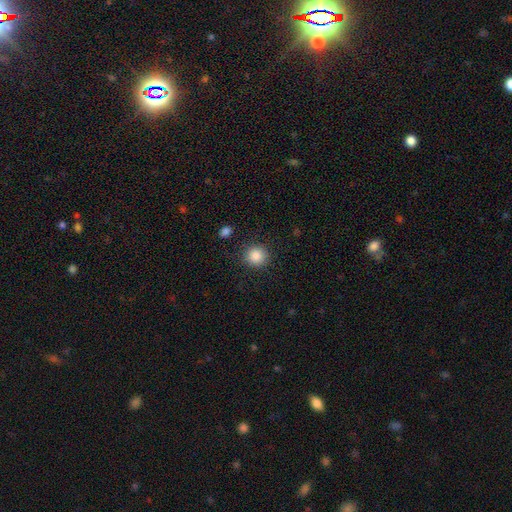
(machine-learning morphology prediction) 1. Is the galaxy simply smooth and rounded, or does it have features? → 87% smooth, 9% star or artifact, 3% featured or disk.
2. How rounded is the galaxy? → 91% round, 8% in between, 1% cigar-shaped.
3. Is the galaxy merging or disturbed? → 88% none, 8% minor disturbance, 3% major disturbance, 2% merger.